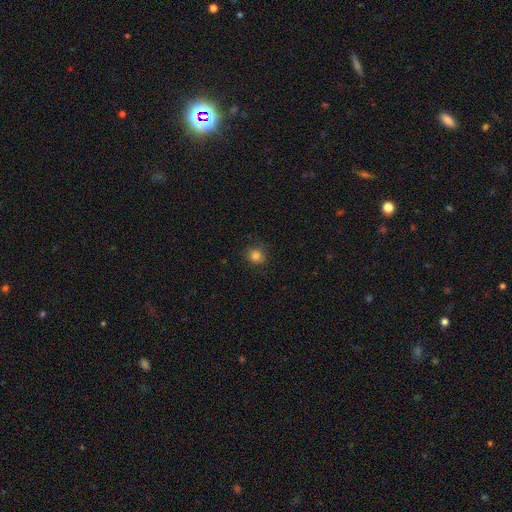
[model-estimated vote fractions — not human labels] Morphology: type=smooth (83%); roundness=round (82%); merging=none (85%).